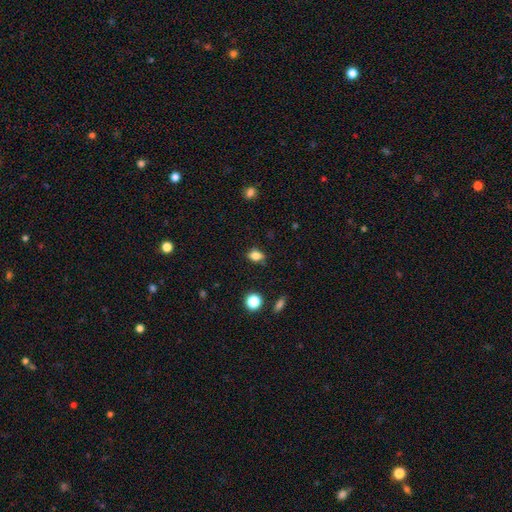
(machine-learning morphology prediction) A smooth galaxy with no disk features (79%) that is in between round and cigar-shaped (74%). Merging: none (73%).